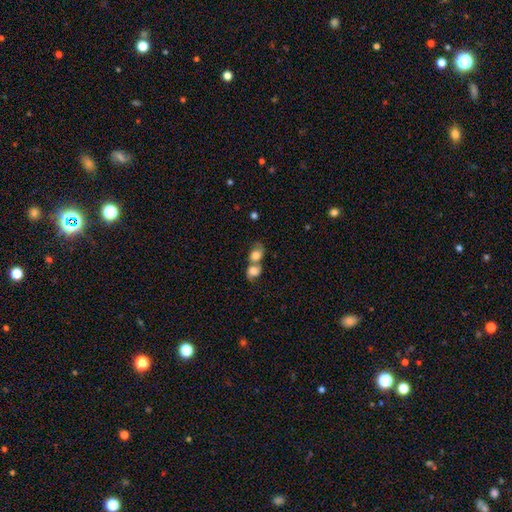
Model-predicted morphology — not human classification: Q: Smooth or featured?
A: smooth (75%); runner-up: featured or disk (16%)
Q: How rounded?
A: in between (49%); tied with: round (49%)
Q: Merging?
A: merger (73%); runner-up: none (16%)